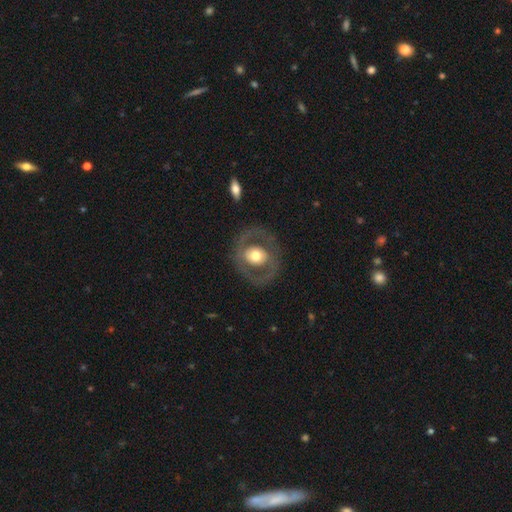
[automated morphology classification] A featured or disk galaxy (61%) with no bar (75%), no spiral arms (63%) and a moderate central bulge (57%).

Vote fractions:
- Smooth or featured? featured or disk: 61% / smooth: 33% / star or artifact: 5%
- Edge-on disk? no: 96% / yes: 4%
- Bar? no: 75% / weak: 18% / strong: 8%
- Spiral arms? no: 63% / yes: 37%
- Bulge size? moderate: 57% / large: 33% / small: 5% / dominant: 3% / none: 1%
- Merging? none: 79% / minor disturbance: 10% / major disturbance: 9% / merger: 1%